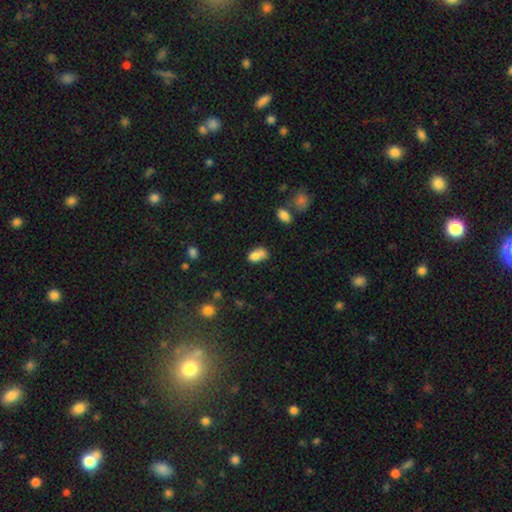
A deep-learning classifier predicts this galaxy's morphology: smooth_or_featured: smooth (p=0.76) [alt: featured or disk p=0.13]
how_rounded: in between (p=0.78) [alt: round p=0.20]
merging: merger (p=0.38) [alt: none p=0.30]